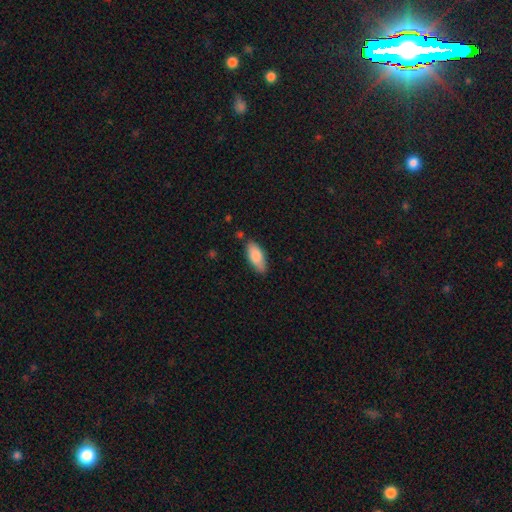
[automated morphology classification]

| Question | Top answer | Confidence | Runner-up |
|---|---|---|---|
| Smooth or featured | smooth | 84% | featured or disk (10%) |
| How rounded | in between | 83% | cigar-shaped (15%) |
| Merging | none | 80% | minor disturbance (14%) |